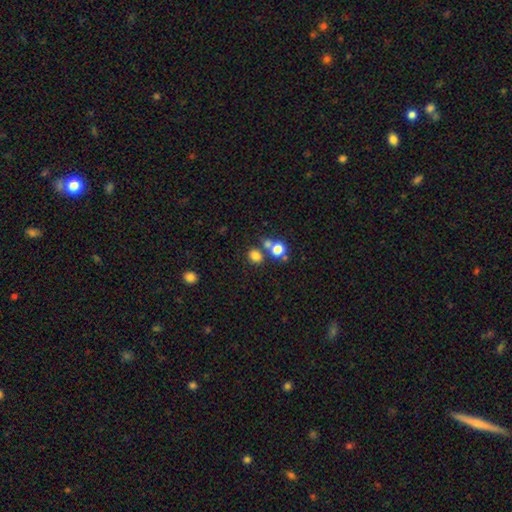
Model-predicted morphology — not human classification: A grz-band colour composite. It shows a smooth galaxy with no disk features (77%) that is round (69%). Merging: none (61%).